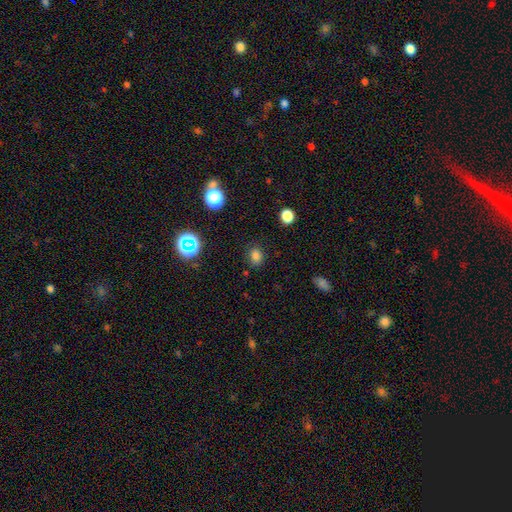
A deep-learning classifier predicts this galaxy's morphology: smooth 77%, star or artifact 17%, featured or disk 6%. Down the decision tree: how rounded — in between (50%); merging — none (85%).